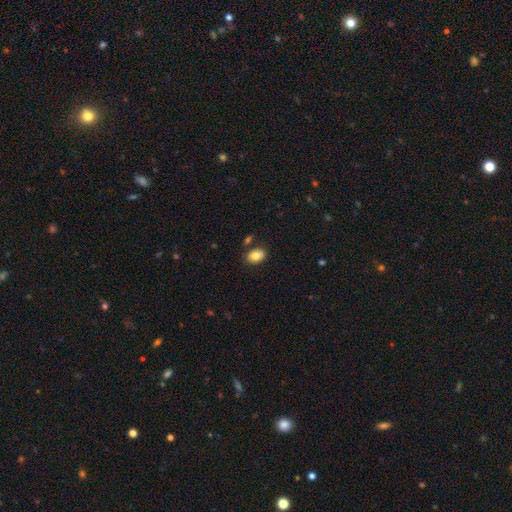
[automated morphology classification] A smooth galaxy with no disk features (82%) that is in between round and cigar-shaped (79%).

Vote fractions:
- Smooth or featured? smooth: 82% / featured or disk: 10% / star or artifact: 8%
- How rounded? in between: 79% / round: 20% / cigar-shaped: 1%
- Merging? none: 80% / minor disturbance: 11% / merger: 6% / major disturbance: 3%